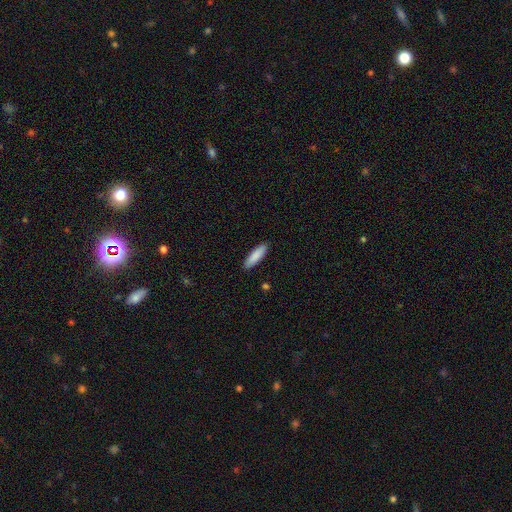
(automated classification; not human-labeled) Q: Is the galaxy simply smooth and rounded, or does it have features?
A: smooth — 88%.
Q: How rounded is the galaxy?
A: cigar-shaped — 69%.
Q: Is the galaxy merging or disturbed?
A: none — 90%.